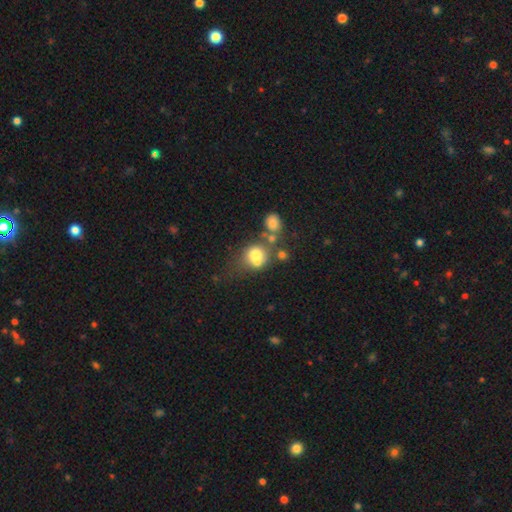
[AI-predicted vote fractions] The model was most divided on "merging": merger: 40%, none: 36%, minor disturbance: 14%, major disturbance: 10%. More confident: how rounded — round (72%); smooth or featured — smooth (68%).